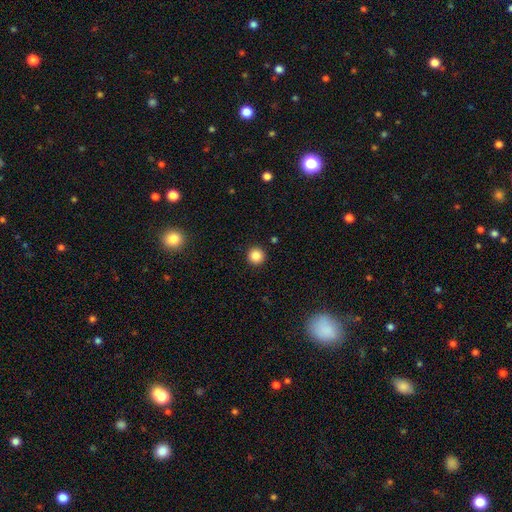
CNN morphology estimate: The model was most divided on "smooth or featured": smooth: 86%, star or artifact: 11%, featured or disk: 4%. More confident: how rounded — round (95%); merging — none (92%).